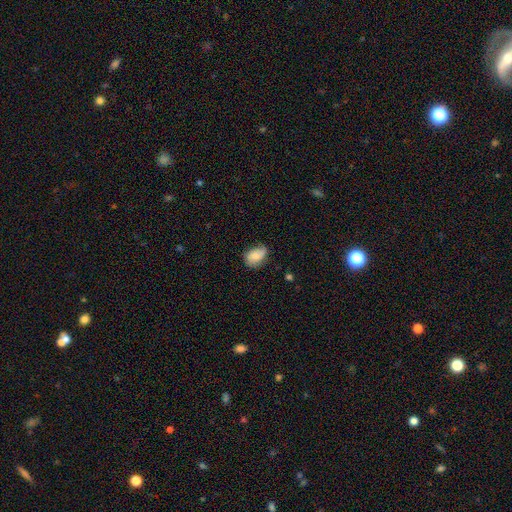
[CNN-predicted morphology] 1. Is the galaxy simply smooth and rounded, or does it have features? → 69% smooth, 24% featured or disk, 8% star or artifact.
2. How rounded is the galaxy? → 82% in between, 17% round, 1% cigar-shaped.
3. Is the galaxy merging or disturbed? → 55% none, 34% minor disturbance, 10% major disturbance, 2% merger.